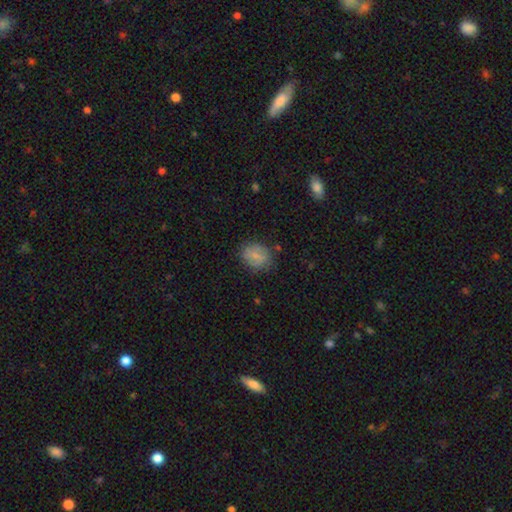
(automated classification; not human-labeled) smooth_or_featured: smooth (p=0.66) [alt: featured or disk p=0.24]
how_rounded: round (p=0.53) [alt: in between p=0.46]
merging: none (p=0.73) [alt: minor disturbance p=0.19]